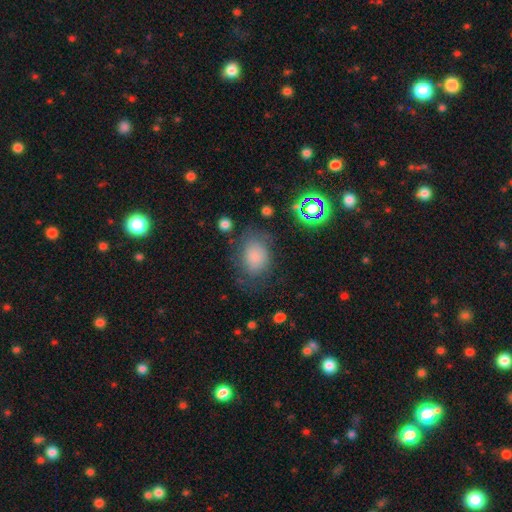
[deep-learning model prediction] smooth 75%, star or artifact 13%, featured or disk 12%. Down the decision tree: how rounded — in between (66%); merging — none (60%).